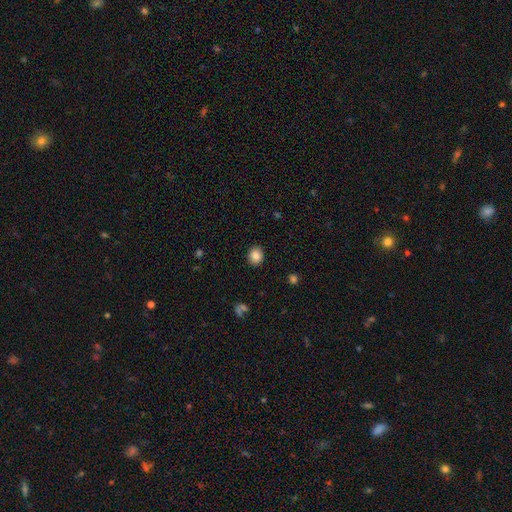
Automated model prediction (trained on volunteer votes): The model was most divided on "how rounded": round: 70%, in between: 29%, cigar-shaped: 1%. More confident: merging — none (91%); smooth or featured — smooth (85%).